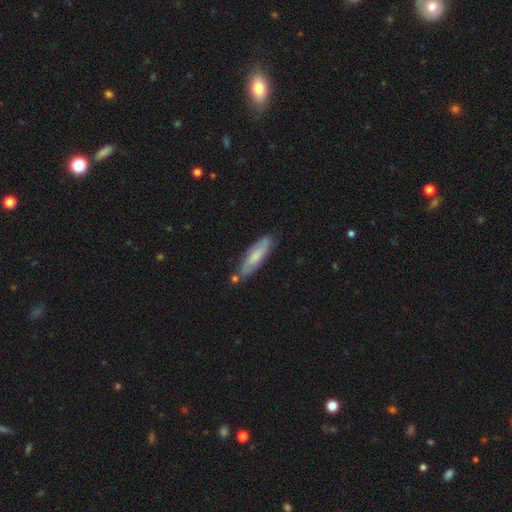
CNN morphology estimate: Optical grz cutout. It shows a smooth galaxy with no disk features (51%) that is cigar-shaped (67%). Merging: none (75%).